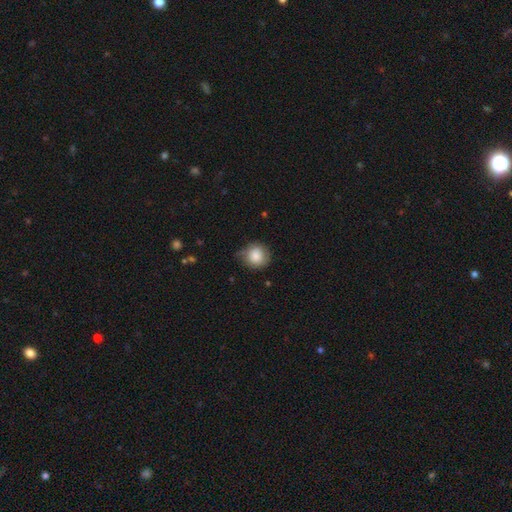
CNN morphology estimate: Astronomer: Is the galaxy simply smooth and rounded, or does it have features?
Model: smooth — 85%.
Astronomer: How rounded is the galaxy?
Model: round — 89%.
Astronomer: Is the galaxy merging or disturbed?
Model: none — 69%.